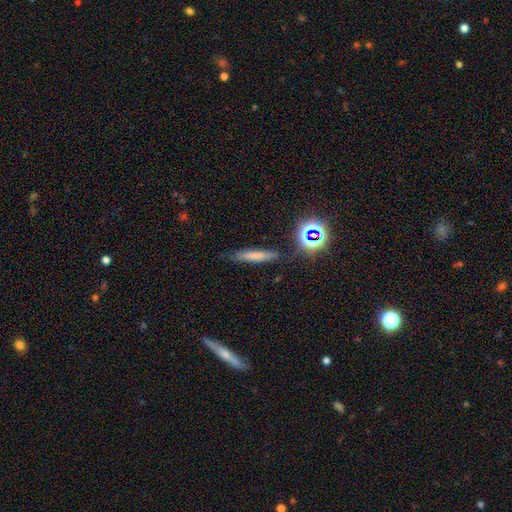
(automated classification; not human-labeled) Morphology: type=smooth (64%); roundness=cigar-shaped (87%); merging=none (79%).